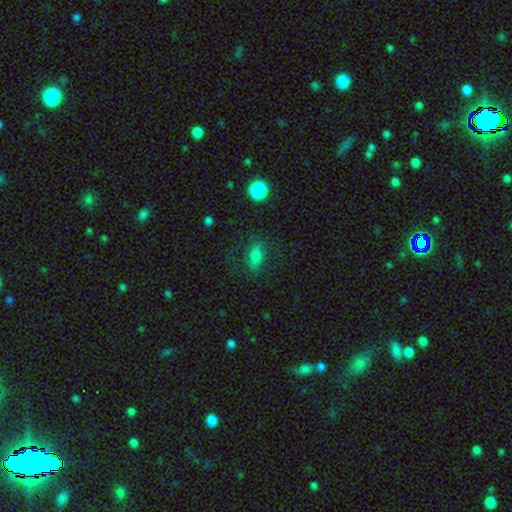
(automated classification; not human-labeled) Smooth or featured? Predicted: smooth (p=0.70). How rounded? Predicted: in between (p=0.82). Merging? Predicted: none (p=0.71).